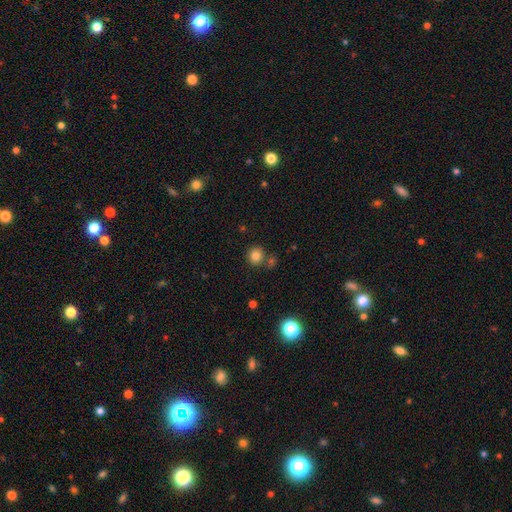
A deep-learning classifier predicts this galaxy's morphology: Q: Smooth or featured?
A: smooth (82%); runner-up: star or artifact (12%)
Q: How rounded?
A: round (90%); runner-up: in between (9%)
Q: Merging?
A: none (73%); runner-up: merger (15%)